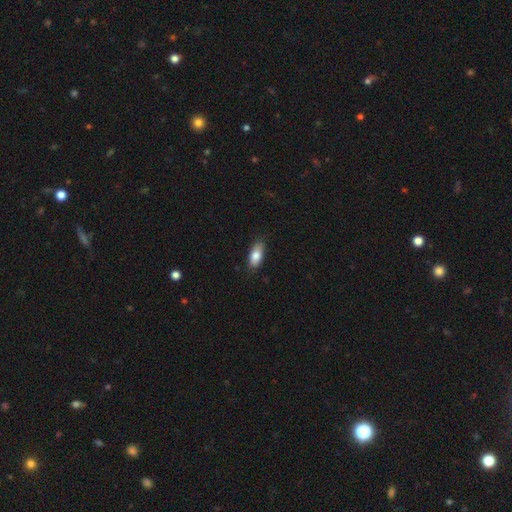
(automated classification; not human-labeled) Smooth or featured? Predicted: smooth (p=0.82). How rounded? Predicted: in between (p=0.86). Merging? Predicted: none (p=0.80).